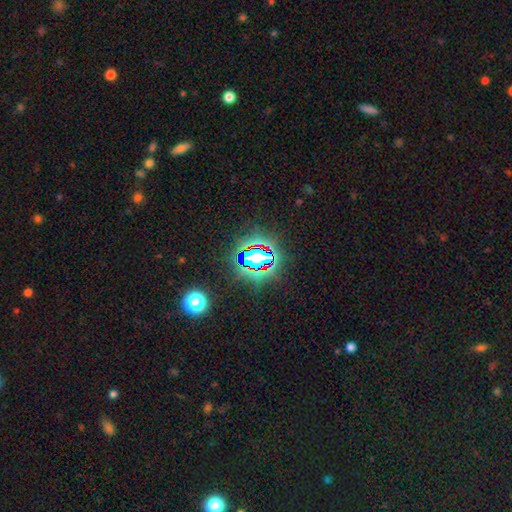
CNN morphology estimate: Smooth or featured? Predicted: star or artifact (p=0.81).